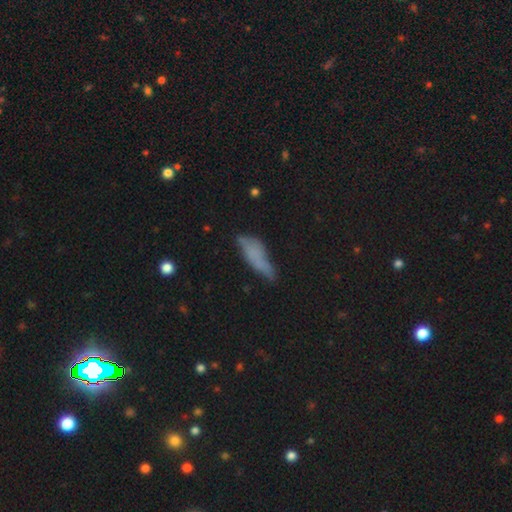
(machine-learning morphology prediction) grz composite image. It shows a smooth galaxy with no disk features (64%) that is cigar-shaped (56%). Merging: none (50%).